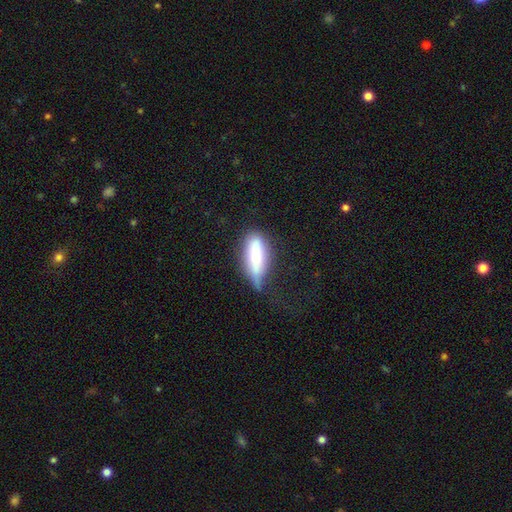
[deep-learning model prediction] Smooth or featured: smooth — 61% (featured or disk — 31%)
How rounded: in between — 54% (cigar-shaped — 44%)
Merging: none — 45% (minor disturbance — 36%)